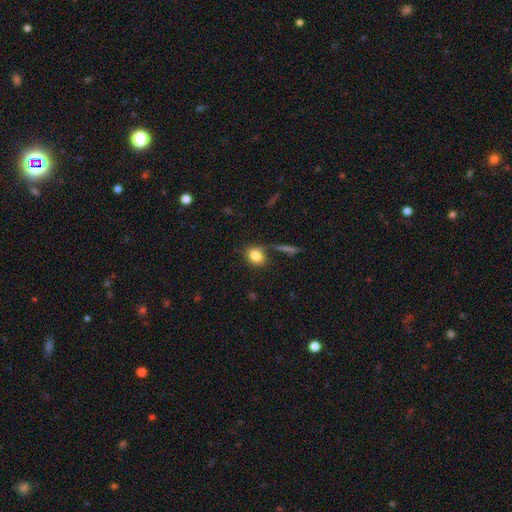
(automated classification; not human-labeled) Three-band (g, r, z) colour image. It shows a smooth galaxy with no disk features (82%) that is round (53%). Merging: none (69%).